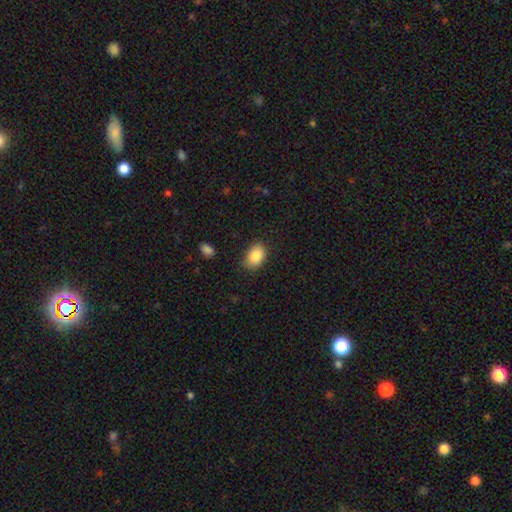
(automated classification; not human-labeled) This is clearly a smooth galaxy (87%). How rounded: clearly in between (84%). Merging: likely none (78%).